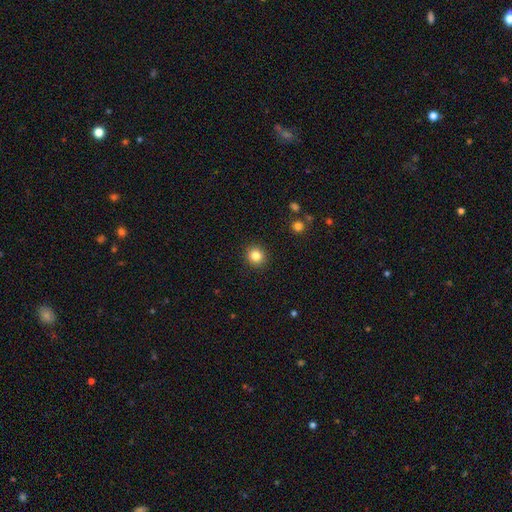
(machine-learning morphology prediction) This is clearly a smooth galaxy (83%). How rounded: clearly round (90%). Merging: clearly none (92%).